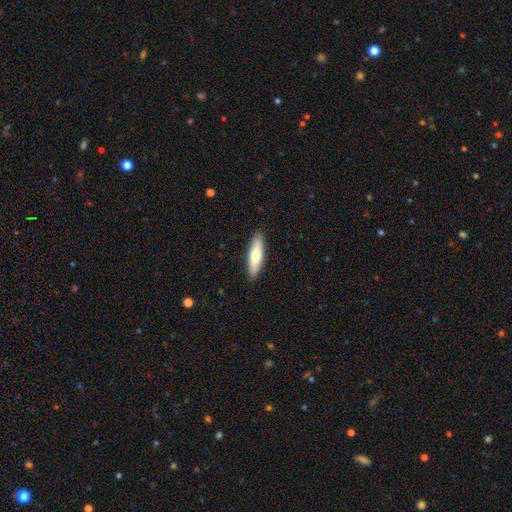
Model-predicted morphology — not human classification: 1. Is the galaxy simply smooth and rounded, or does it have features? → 67% smooth, 28% featured or disk, 5% star or artifact.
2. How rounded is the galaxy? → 62% cigar-shaped, 36% in between, 2% round.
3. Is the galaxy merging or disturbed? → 89% none, 8% minor disturbance, 2% major disturbance, 1% merger.